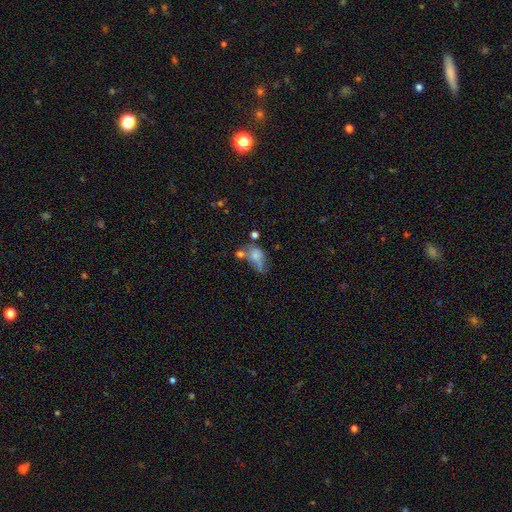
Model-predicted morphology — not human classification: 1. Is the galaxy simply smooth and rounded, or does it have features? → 59% smooth, 29% featured or disk, 13% star or artifact.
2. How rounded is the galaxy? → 77% in between, 18% round, 5% cigar-shaped.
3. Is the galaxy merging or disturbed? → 31% merger, 27% major disturbance, 22% none, 20% minor disturbance.